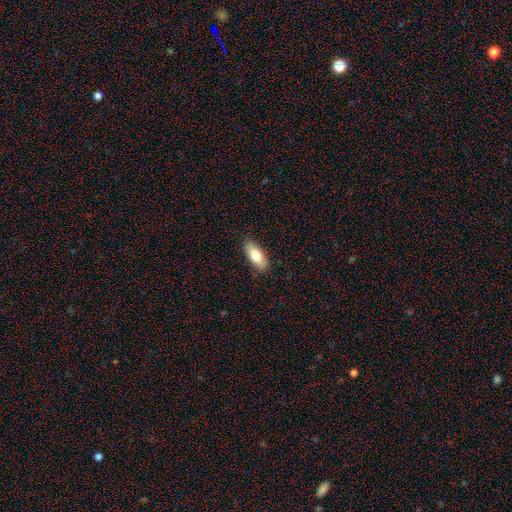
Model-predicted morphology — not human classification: This appears to be a smooth galaxy with no disk features (76%) that is in between round and cigar-shaped (81%). Merging: none (87%).